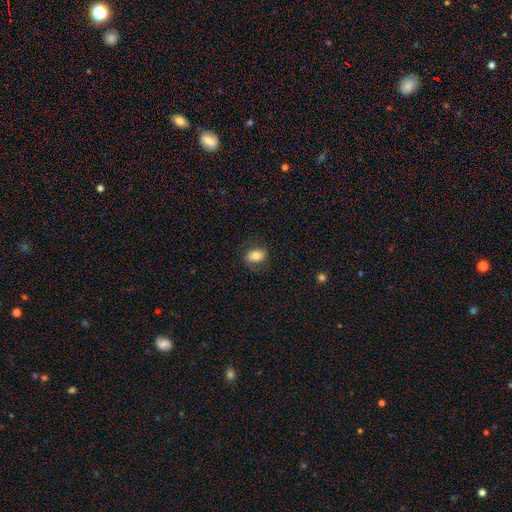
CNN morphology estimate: Smooth or featured? smooth (73%)
How rounded? in between (84%)
Merging? none (72%)